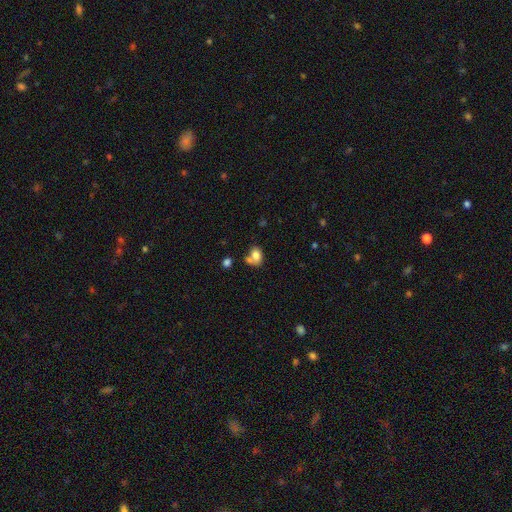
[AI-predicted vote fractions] Smooth or featured: smooth — 77% (featured or disk — 13%)
How rounded: in between — 69% (round — 30%)
Merging: none — 38% (tied with merger — 38%)